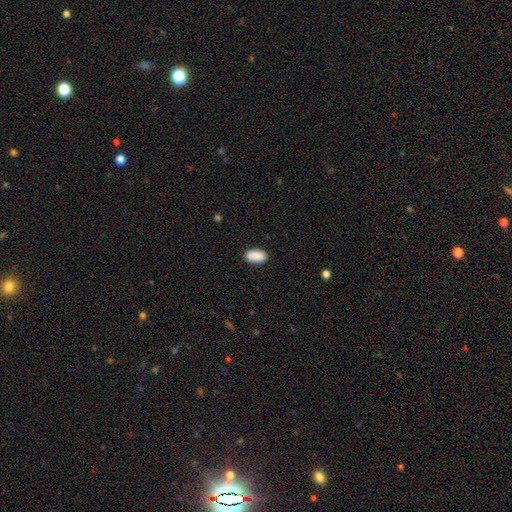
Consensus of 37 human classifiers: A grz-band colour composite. It shows a smooth galaxy with no disk features (89%) that is in between round and cigar-shaped (94%). Merging: none (86%).